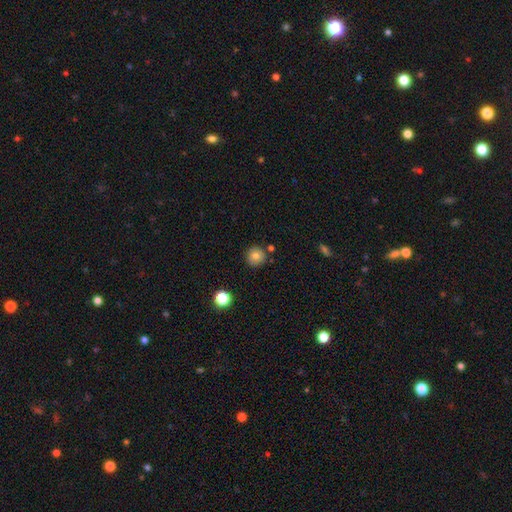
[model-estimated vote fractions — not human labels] Smooth or featured?
  - smooth: 77% *
  - star or artifact: 12%
  - featured or disk: 11%
How rounded?
  - round: 94% *
  - in between: 5%
  - cigar-shaped: 1%
Merging?
  - none: 84% *
  - minor disturbance: 9%
  - merger: 5%
  - major disturbance: 2%